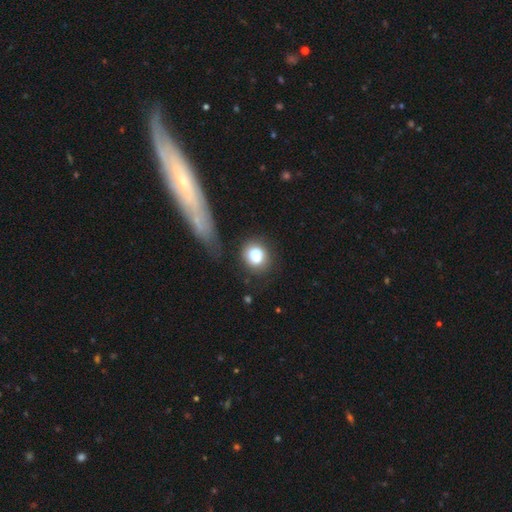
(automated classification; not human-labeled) This appears to be a smooth galaxy with no disk features (79%) that is round (74%). Merging: none (66%).